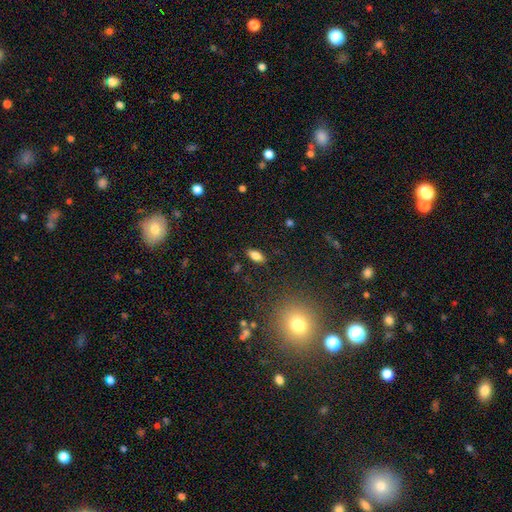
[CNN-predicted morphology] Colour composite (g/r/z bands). It shows a smooth galaxy with no disk features (80%) that is in between round and cigar-shaped (86%). Merging: none (87%).